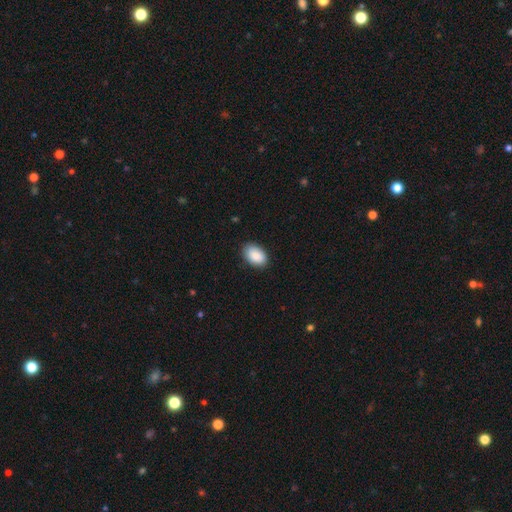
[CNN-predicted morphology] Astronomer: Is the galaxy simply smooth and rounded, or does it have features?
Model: smooth — 89%.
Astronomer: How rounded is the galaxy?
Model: in between — 90%.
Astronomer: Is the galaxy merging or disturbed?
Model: none — 86%.